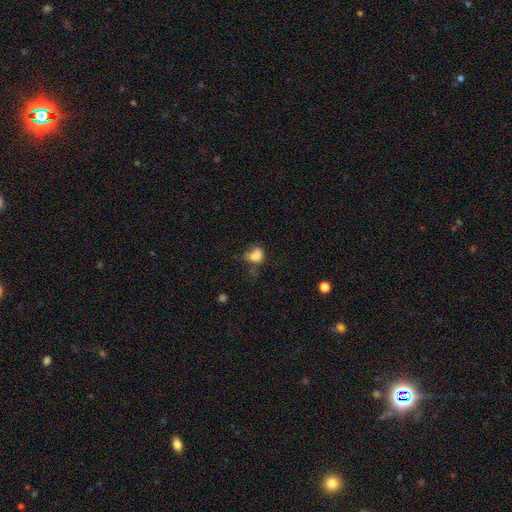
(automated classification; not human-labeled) Morphology: type=smooth (74%); roundness=in between (59%); merging=none (31%).